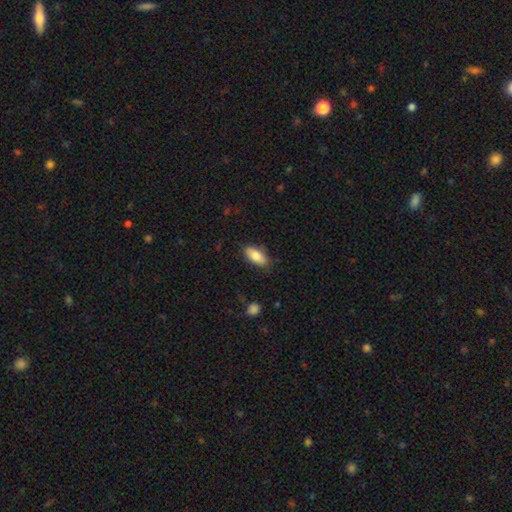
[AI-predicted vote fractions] Overall: smooth (82%). How rounded: in between (88%). Merging: none (79%).